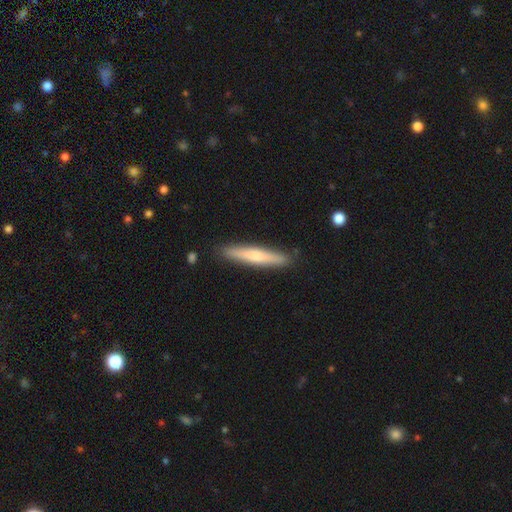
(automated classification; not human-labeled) This appears to be a smooth galaxy with no disk features (61%) that is cigar-shaped (92%). Merging: none (89%).